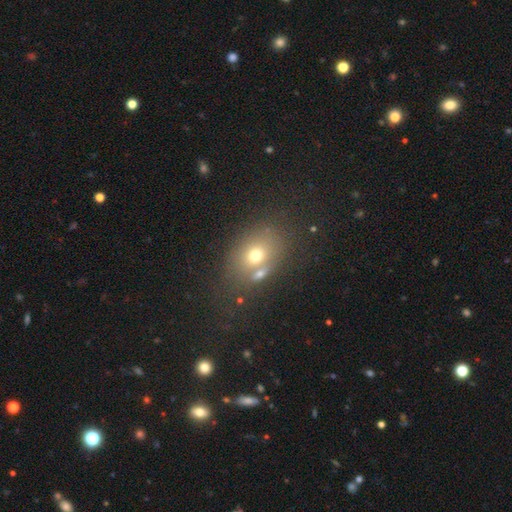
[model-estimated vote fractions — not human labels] smooth 65%, featured or disk 20%, star or artifact 15%. Down the decision tree: how rounded — in between (63%); merging — none (56%).